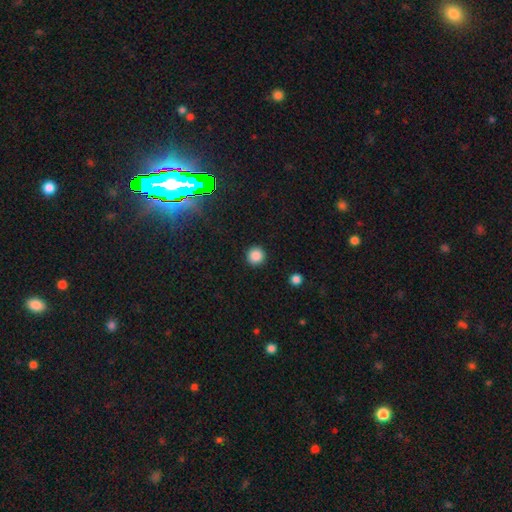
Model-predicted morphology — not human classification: smooth-or-featured: smooth: 86% | star or artifact: 11% | featured or disk: 3%
  how-rounded: round: 96% | in between: 3% | cigar-shaped: 1%
  merging: none: 92% | minor disturbance: 5% | major disturbance: 2% | merger: 1%